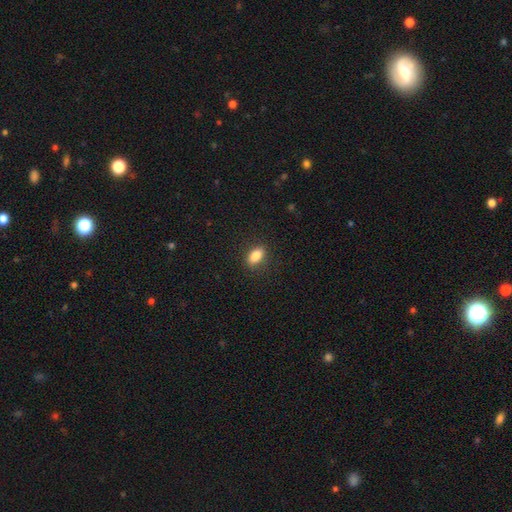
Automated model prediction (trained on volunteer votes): Q: Smooth or featured?
A: smooth (84%); runner-up: star or artifact (8%)
Q: How rounded?
A: in between (84%); runner-up: cigar-shaped (9%)
Q: Merging?
A: none (87%); runner-up: minor disturbance (10%)